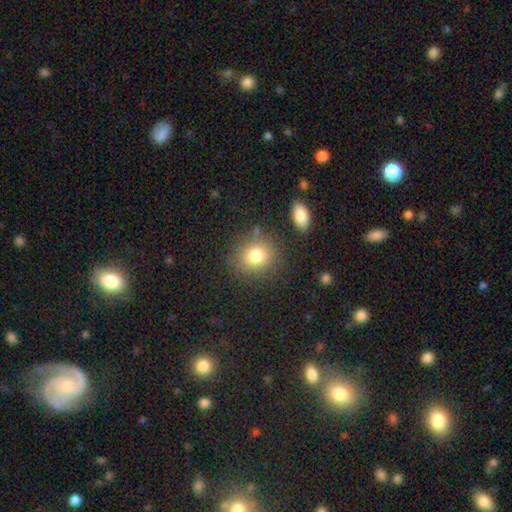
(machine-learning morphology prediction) smooth 80%, star or artifact 12%, featured or disk 9%. Down the decision tree: how rounded — round (73%); merging — none (81%).